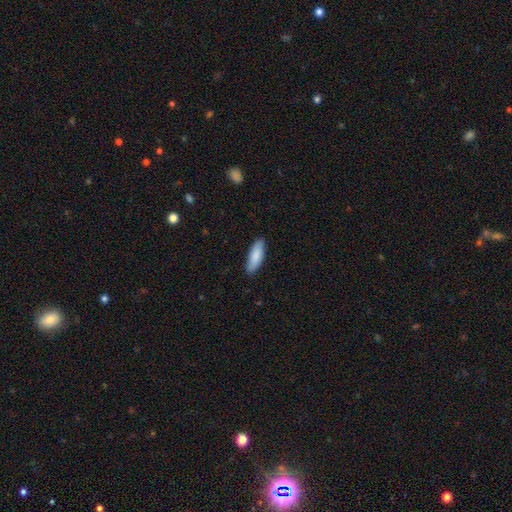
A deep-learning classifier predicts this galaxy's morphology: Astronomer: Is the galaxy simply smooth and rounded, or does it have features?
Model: smooth — 86%.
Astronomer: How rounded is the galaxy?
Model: in between — 54% (runner-up: cigar-shaped, 44%).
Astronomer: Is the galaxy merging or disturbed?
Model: none — 88%.